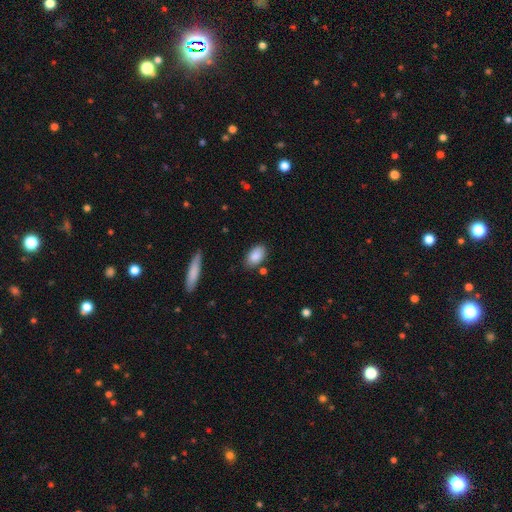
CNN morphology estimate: Overall: smooth (87%). How rounded: in between (91%). Merging: none (79%).